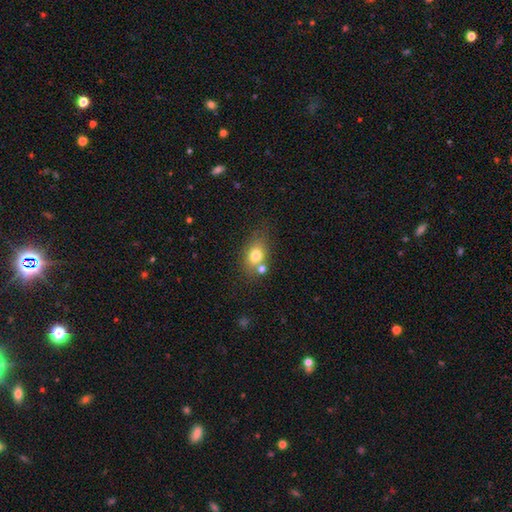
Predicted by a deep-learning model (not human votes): Morphology: type=smooth (76%); roundness=in between (66%); merging=none (57%).